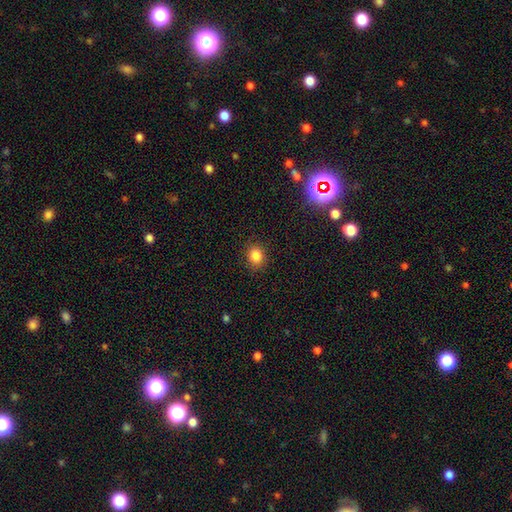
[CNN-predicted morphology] This is clearly a smooth galaxy (84%). How rounded: likely round (65%). Merging: clearly none (87%).